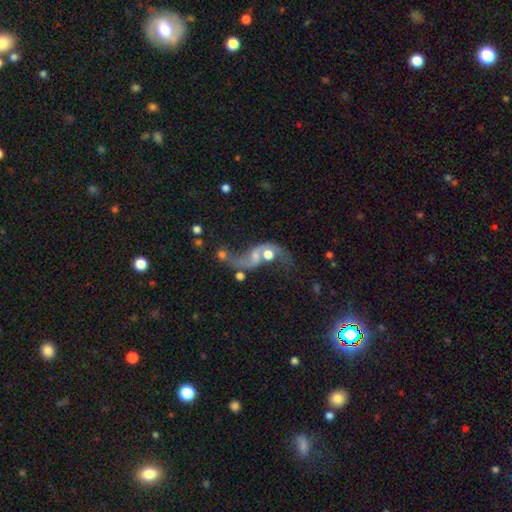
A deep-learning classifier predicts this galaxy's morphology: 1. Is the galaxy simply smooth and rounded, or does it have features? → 43% featured or disk, 32% star or artifact, 25% smooth.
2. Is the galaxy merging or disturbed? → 38% merger, 28% none, 22% major disturbance, 12% minor disturbance.